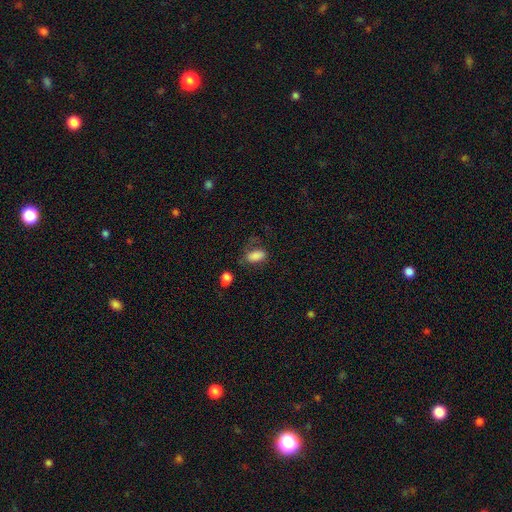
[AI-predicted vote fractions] Morphology: type=smooth (84%); roundness=in between (90%); merging=none (52%).